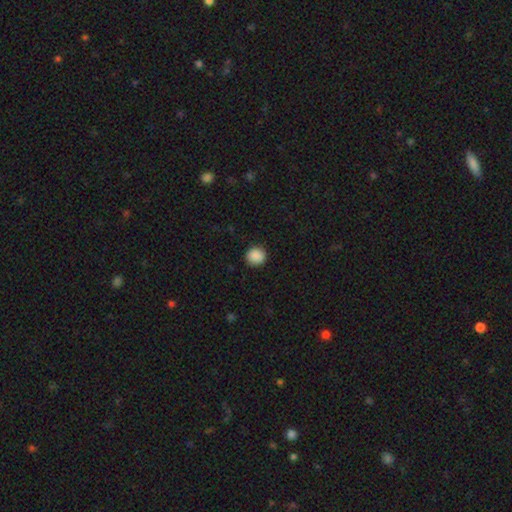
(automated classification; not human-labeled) smooth 89%, star or artifact 8%, featured or disk 3%. Down the decision tree: how rounded — round (91%); merging — none (90%).